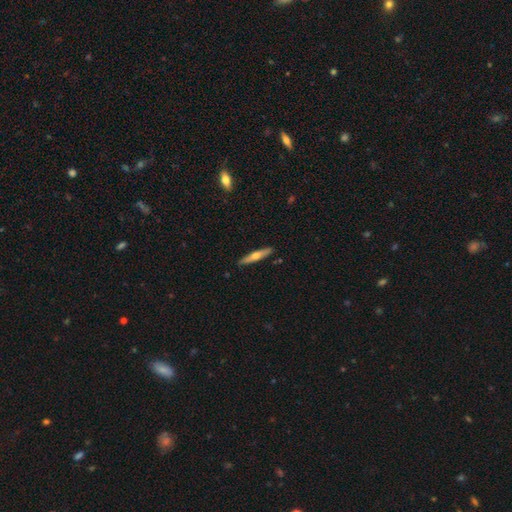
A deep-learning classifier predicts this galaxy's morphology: A featured or disk galaxy (50%). Merging: none (89%).